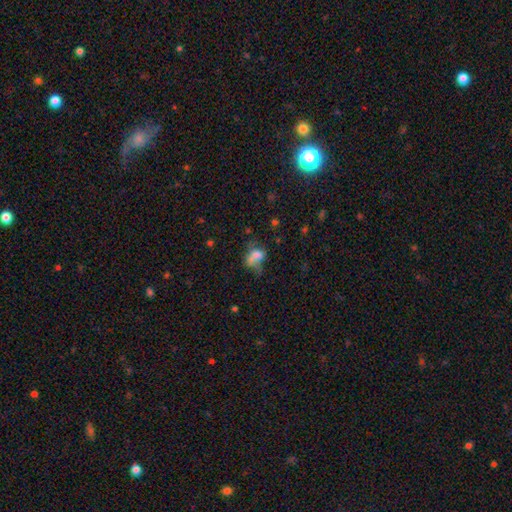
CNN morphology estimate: Smooth or featured? Predicted: smooth (p=0.63). How rounded? Predicted: in between (p=0.70). Merging? Predicted: merger (p=0.33).